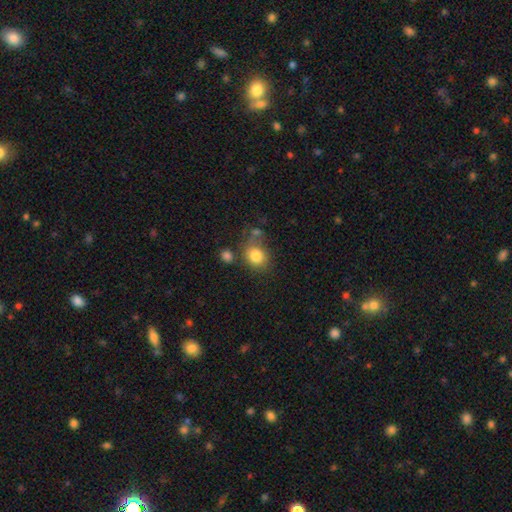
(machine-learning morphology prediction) Smooth or featured? Predicted: smooth (p=0.82). How rounded? Predicted: round (p=0.68). Merging? Predicted: none (p=0.61).